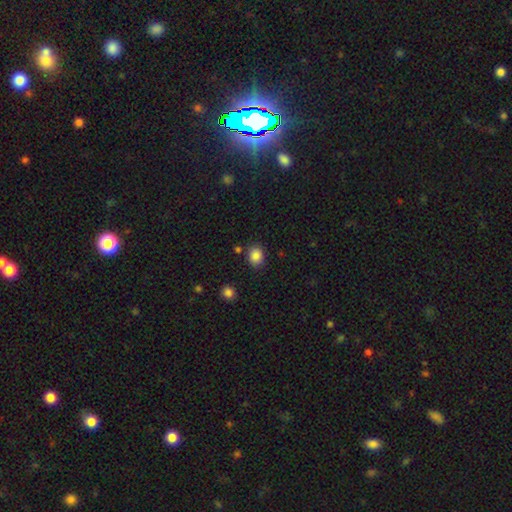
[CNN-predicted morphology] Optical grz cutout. It shows a smooth galaxy with no disk features (86%) that is round (58%). Merging: none (82%).